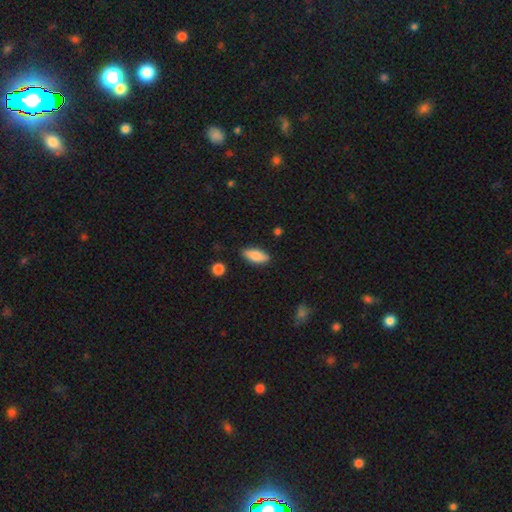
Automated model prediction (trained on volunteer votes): This is clearly a smooth galaxy (83%). How rounded: clearly in between (82%). Merging: clearly none (86%).